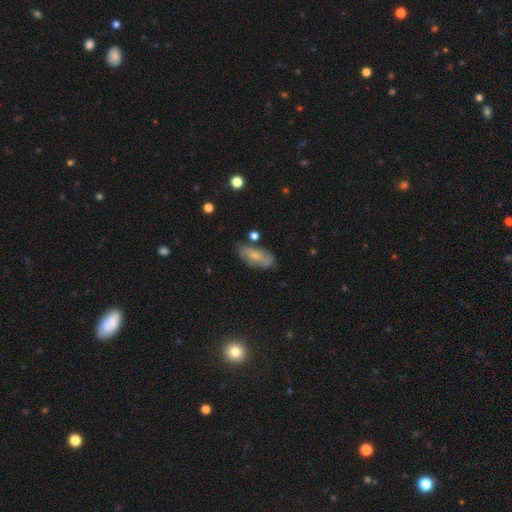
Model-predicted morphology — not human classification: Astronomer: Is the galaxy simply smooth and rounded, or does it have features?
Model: smooth — 65%.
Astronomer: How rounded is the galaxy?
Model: in between — 81%.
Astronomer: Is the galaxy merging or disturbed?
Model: none — 66%.